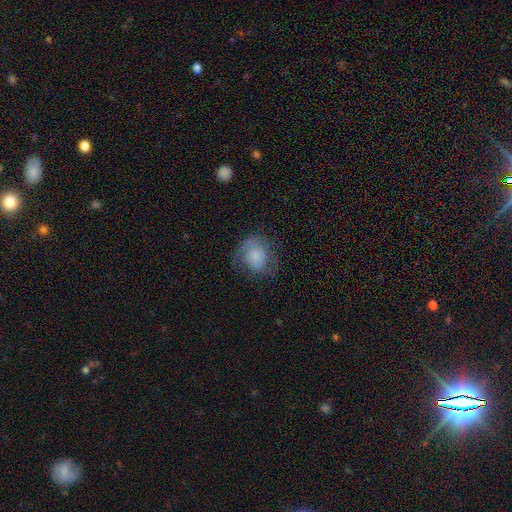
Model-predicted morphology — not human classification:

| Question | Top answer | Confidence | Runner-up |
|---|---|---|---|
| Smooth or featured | smooth | 61% | featured or disk (30%) |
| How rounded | round | 61% | in between (38%) |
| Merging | none | 55% | minor disturbance (25%) |